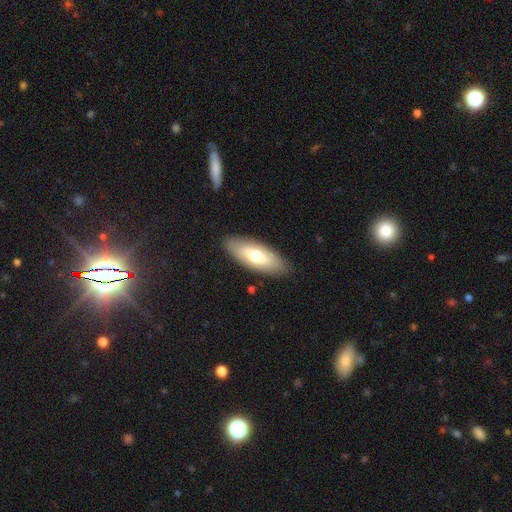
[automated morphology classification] smooth-or-featured: smooth: 66% | featured or disk: 28% | star or artifact: 6%
  how-rounded: in between: 77% | cigar-shaped: 21% | round: 2%
  merging: none: 88% | minor disturbance: 9% | major disturbance: 2% | merger: 1%